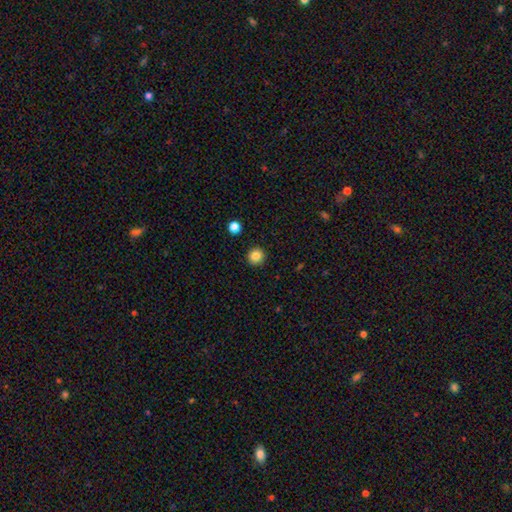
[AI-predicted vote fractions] smooth-or-featured: smooth: 85% | star or artifact: 11% | featured or disk: 5%
  how-rounded: round: 94% | in between: 5% | cigar-shaped: 1%
  merging: none: 93% | minor disturbance: 5% | major disturbance: 2% | merger: 1%